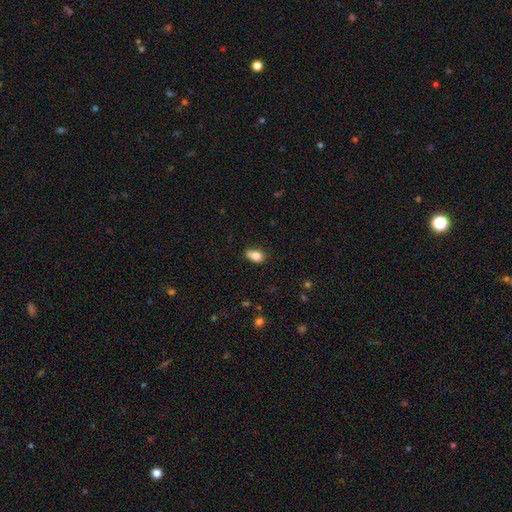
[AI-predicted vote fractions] A smooth galaxy with no disk features (82%) that is in between round and cigar-shaped (78%).

Vote fractions:
- Smooth or featured? smooth: 82% / star or artifact: 10% / featured or disk: 8%
- How rounded? in between: 78% / round: 19% / cigar-shaped: 2%
- Merging? none: 55% / minor disturbance: 32% / major disturbance: 7% / merger: 6%